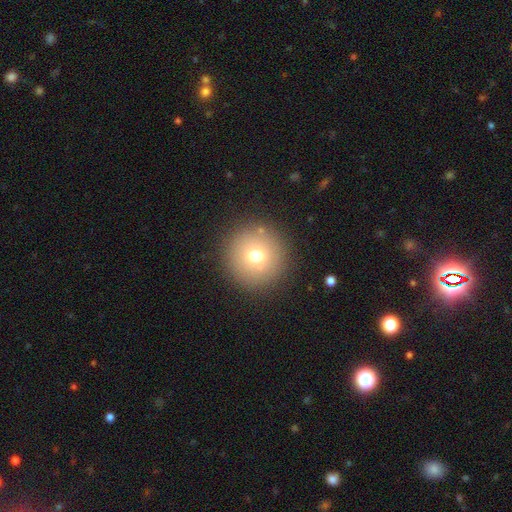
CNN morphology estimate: This appears to be a smooth galaxy with no disk features (72%) that is round (96%). Merging: none (89%).